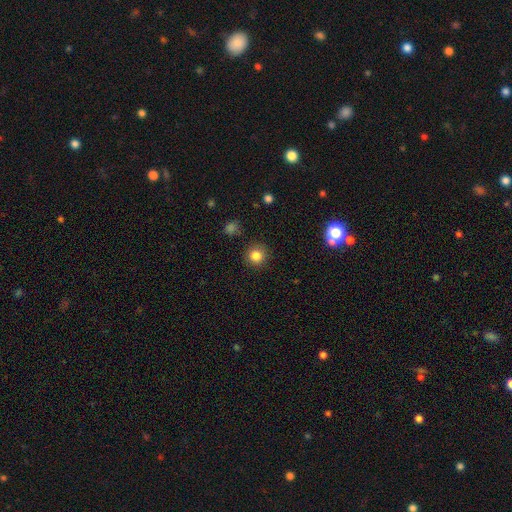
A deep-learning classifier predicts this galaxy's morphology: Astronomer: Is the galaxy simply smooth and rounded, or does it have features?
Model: smooth — 84%.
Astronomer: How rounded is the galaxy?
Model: round — 93%.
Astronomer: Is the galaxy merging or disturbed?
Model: none — 89%.